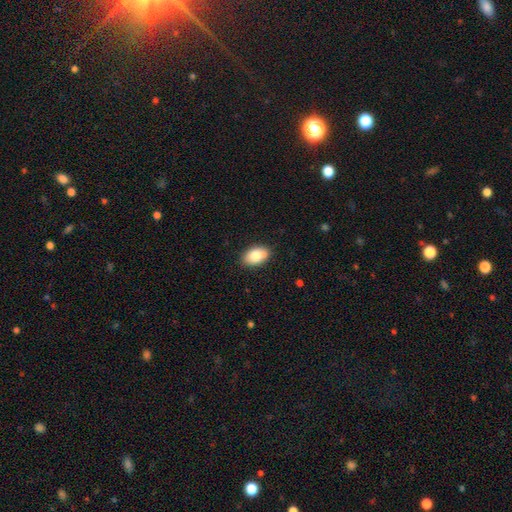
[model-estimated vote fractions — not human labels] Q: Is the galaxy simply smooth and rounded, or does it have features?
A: smooth — 81%.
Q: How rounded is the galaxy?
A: in between — 89%.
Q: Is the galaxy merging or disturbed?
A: none — 81%.